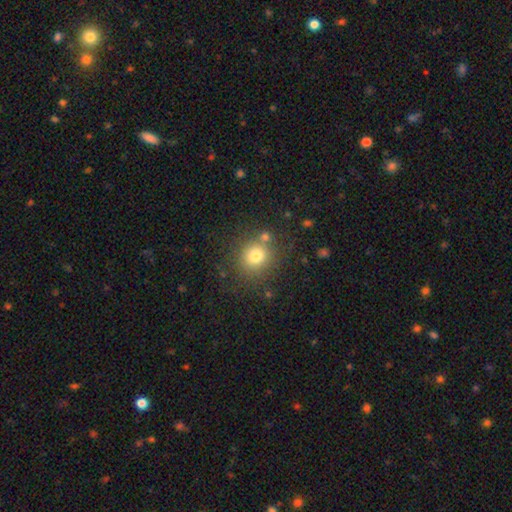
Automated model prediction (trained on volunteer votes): Morphology: type=smooth (76%); roundness=round (85%); merging=none (76%).